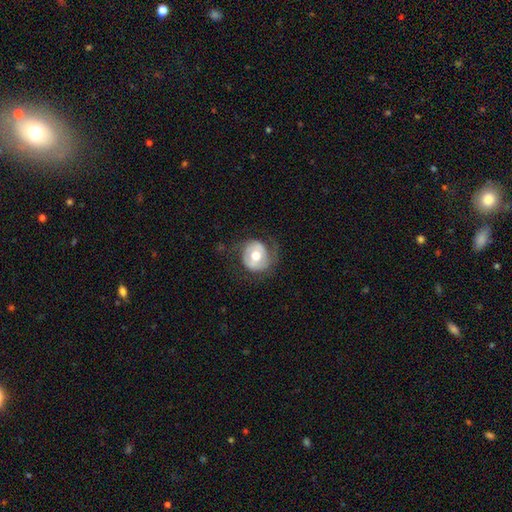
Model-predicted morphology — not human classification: A featured or disk galaxy (52%).

Vote fractions:
- Smooth or featured? featured or disk: 52% / smooth: 42% / star or artifact: 7%
- Edge-on disk? no: 97% / yes: 3%
- Merging? none: 60% / minor disturbance: 21% / major disturbance: 17% / merger: 1%